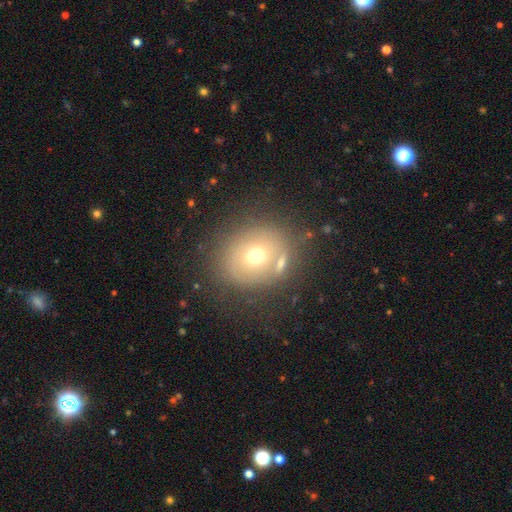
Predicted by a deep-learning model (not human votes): smooth_or_featured: smooth (p=0.54) [alt: featured or disk p=0.31]
how_rounded: round (p=0.74) [alt: in between p=0.25]
merging: none (p=0.68) [alt: minor disturbance p=0.15]